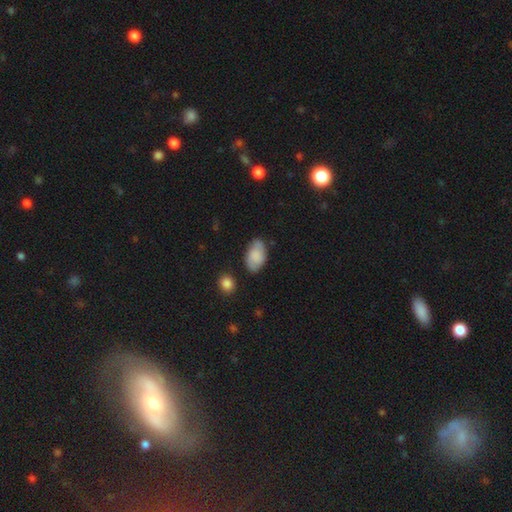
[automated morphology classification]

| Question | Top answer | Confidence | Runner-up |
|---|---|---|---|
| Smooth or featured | smooth | 76% | featured or disk (16%) |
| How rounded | in between | 93% | round (6%) |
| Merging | none | 72% | minor disturbance (21%) |